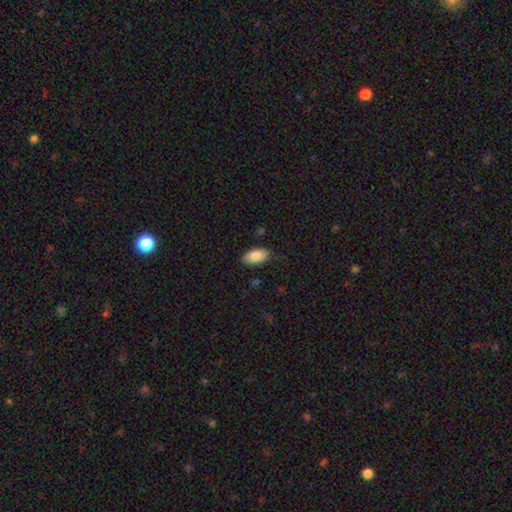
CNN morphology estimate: Smooth or featured? Predicted: smooth (p=0.84). How rounded? Predicted: in between (p=0.94). Merging? Predicted: none (p=0.82).